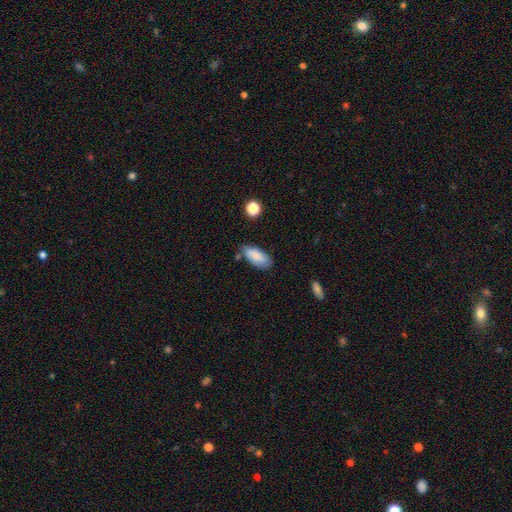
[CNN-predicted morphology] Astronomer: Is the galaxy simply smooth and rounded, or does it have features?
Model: smooth — 83%.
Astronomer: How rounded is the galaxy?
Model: in between — 85%.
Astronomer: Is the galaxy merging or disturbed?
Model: none — 71%.